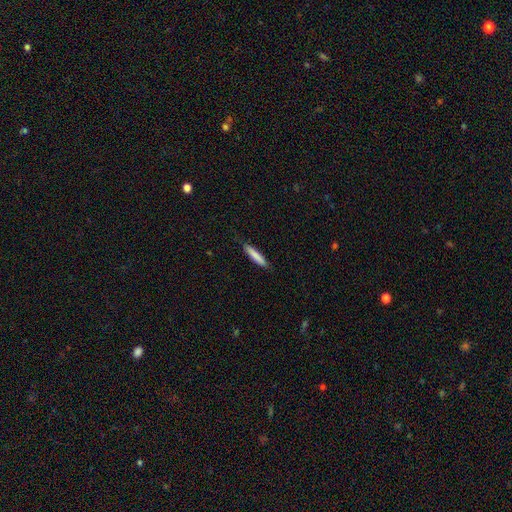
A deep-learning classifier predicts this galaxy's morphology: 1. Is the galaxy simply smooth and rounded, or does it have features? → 81% smooth, 13% featured or disk, 6% star or artifact.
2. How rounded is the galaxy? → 90% cigar-shaped, 9% in between, 1% round.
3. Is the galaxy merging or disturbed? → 87% none, 11% minor disturbance, 2% major disturbance, 1% merger.